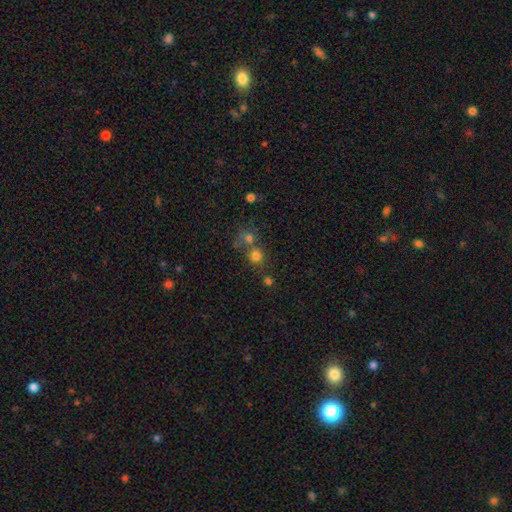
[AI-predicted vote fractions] smooth-or-featured: smooth: 74% | star or artifact: 17% | featured or disk: 9%
  how-rounded: round: 85% | in between: 14% | cigar-shaped: 1%
  merging: none: 53% | merger: 35% | minor disturbance: 7% | major disturbance: 4%